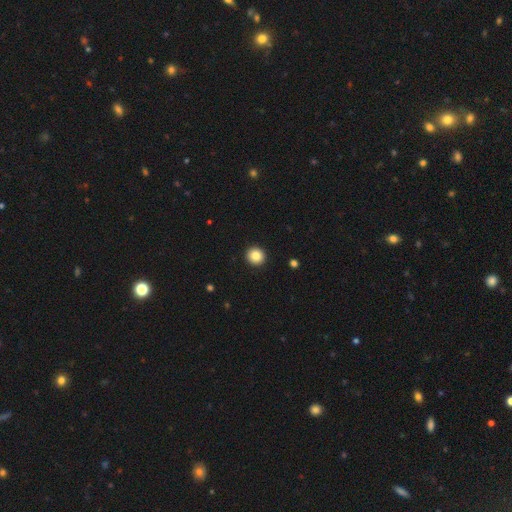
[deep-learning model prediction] Smooth or featured: smooth — 85% (star or artifact — 9%)
How rounded: round — 93% (in between — 6%)
Merging: none — 93% (minor disturbance — 4%)